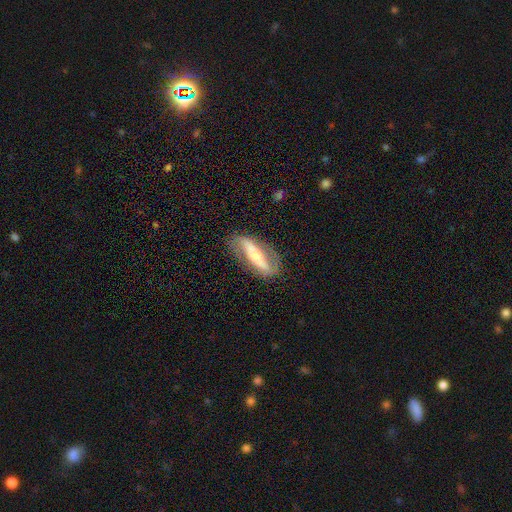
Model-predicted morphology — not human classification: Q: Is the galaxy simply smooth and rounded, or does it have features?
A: featured or disk — 70%.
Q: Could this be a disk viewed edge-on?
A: no — 67%.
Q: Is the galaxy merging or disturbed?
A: none — 77%.